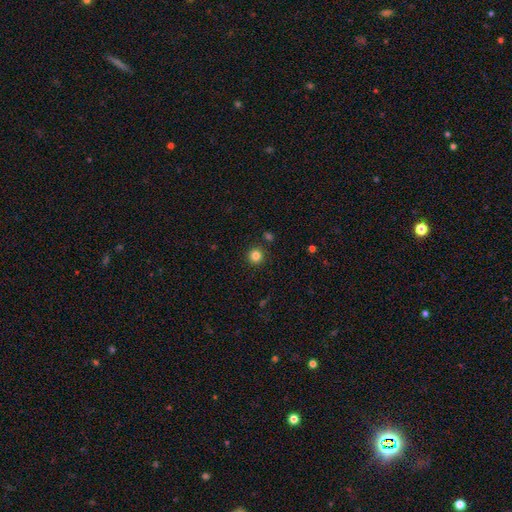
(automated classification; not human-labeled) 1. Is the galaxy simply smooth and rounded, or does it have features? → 83% smooth, 12% star or artifact, 5% featured or disk.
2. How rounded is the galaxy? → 95% round, 4% in between, 1% cigar-shaped.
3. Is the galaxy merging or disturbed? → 89% none, 6% minor disturbance, 3% merger, 2% major disturbance.